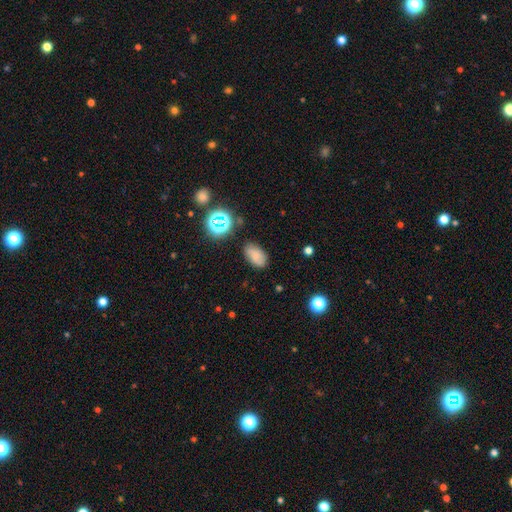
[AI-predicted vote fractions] smooth-or-featured: smooth: 67% | featured or disk: 17% | star or artifact: 16%
  how-rounded: in between: 89% | round: 9% | cigar-shaped: 2%
  merging: none: 75% | minor disturbance: 18% | major disturbance: 4% | merger: 3%